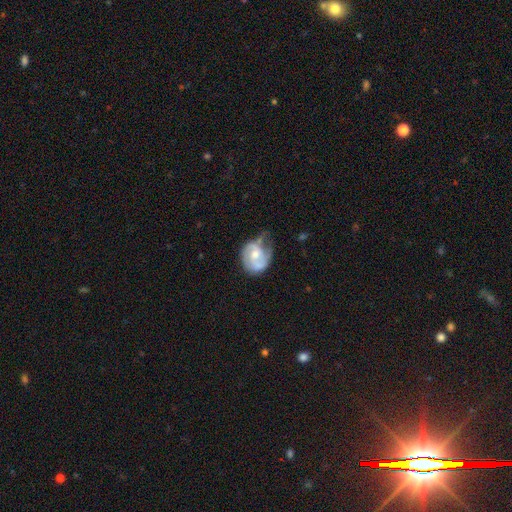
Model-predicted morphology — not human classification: smooth-or-featured: featured or disk: 66% | smooth: 28% | star or artifact: 6%
  disk-edge-on: no: 98% | yes: 2%
    bar: no: 62% | weak: 31% | strong: 6%
    has-spiral-arms: yes: 80% | no: 20%
      spiral-winding: medium: 42% | tight: 38% | loose: 19%
      spiral-arm-count: 2: 63% | can't tell: 18% | 1: 11% | 3: 5% | 4: 1% | more than 4: 1%
    bulge-size: moderate: 60% | small: 30% | large: 6% | none: 3% | dominant: 1%
  merging: none: 37% | minor disturbance: 36% | major disturbance: 22% | merger: 5%